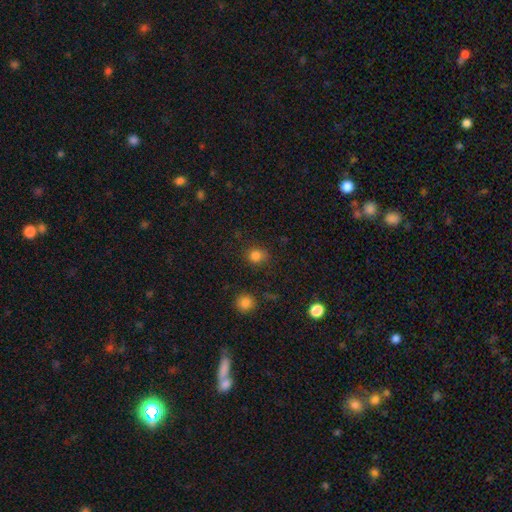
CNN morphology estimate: type=smooth (82%); roundness=round (84%); merging=none (81%).